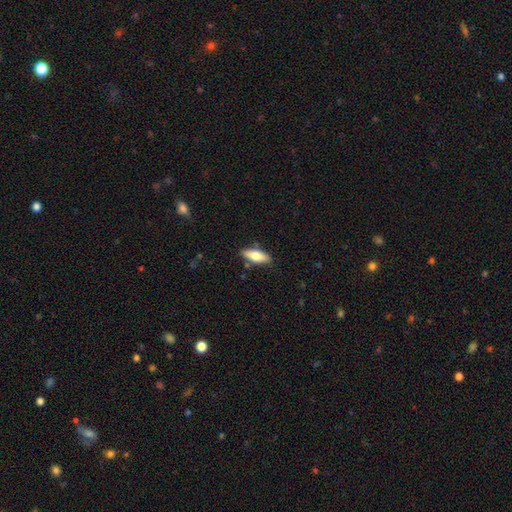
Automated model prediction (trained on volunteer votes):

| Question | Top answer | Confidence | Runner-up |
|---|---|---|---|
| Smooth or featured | smooth | 71% | featured or disk (23%) |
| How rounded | in between | 67% | cigar-shaped (31%) |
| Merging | none | 81% | minor disturbance (13%) |